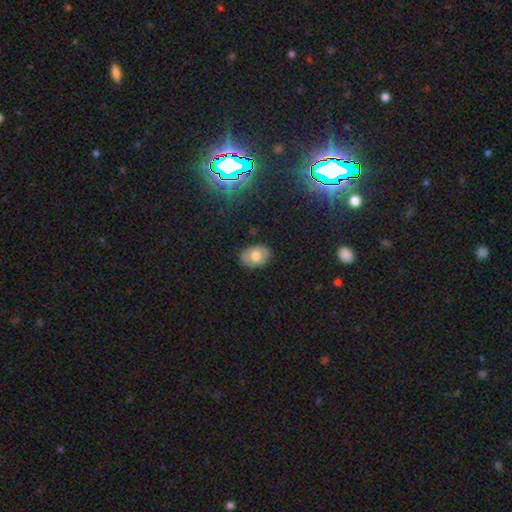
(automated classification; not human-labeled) Smooth or featured? smooth (68%)
How rounded? in between (73%)
Merging? none (85%)